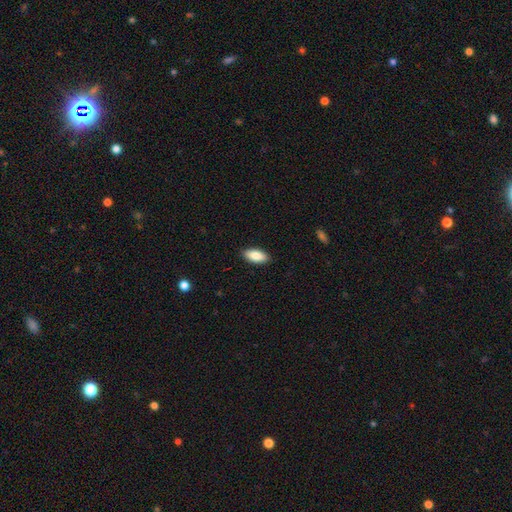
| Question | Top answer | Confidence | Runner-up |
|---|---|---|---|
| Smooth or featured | smooth | 89% | featured or disk (8%) |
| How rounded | in between | 91% | cigar-shaped (6%) |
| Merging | none | 78% | minor disturbance (14%) |